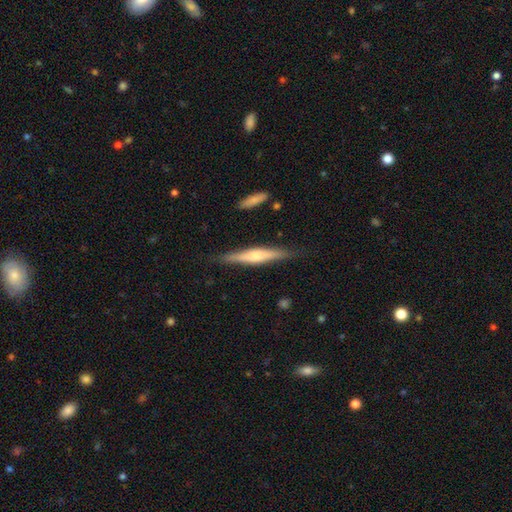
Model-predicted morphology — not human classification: Overall: featured or disk (58%; smooth 37%). Edge-on disk: yes (96%). Edge-on bulge: rounded (78%). Merging: none (85%).